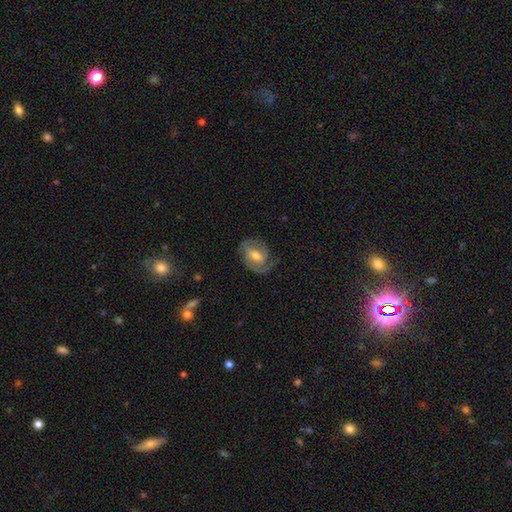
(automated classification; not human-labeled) A featured or disk galaxy (75%) with a weak bar (49%), 2 (65%) tight (44%) spiral arms (92%) and a moderate central bulge (62%).

Vote fractions:
- Smooth or featured? featured or disk: 75% / smooth: 19% / star or artifact: 6%
- Edge-on disk? no: 97% / yes: 3%
- Bar? weak: 49% / no: 32% / strong: 20%
- Spiral arms? yes: 92% / no: 8%
- Spiral winding? tight: 44% / medium: 42% / loose: 14%
- Spiral arm count? 2: 65% / 1: 19% / can't tell: 10% / 3: 4% / 4: 1% / more than 4: 1%
- Bulge size? moderate: 62% / small: 24% / large: 10% / none: 3% / dominant: 1%
- Merging? none: 67% / minor disturbance: 19% / major disturbance: 12% / merger: 1%